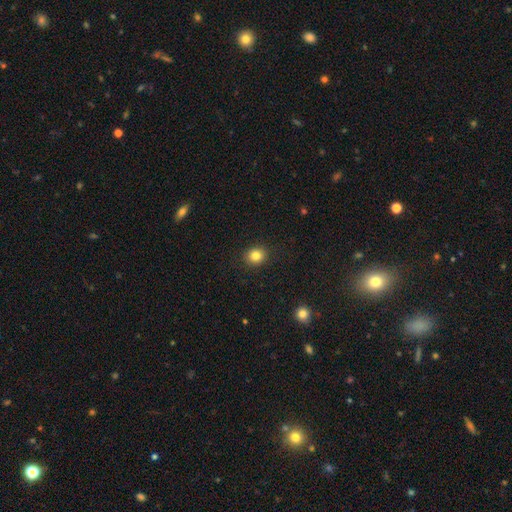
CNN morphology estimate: The model was most divided on "how rounded": round: 73%, in between: 26%, cigar-shaped: 1%. More confident: merging — none (91%); smooth or featured — smooth (83%).